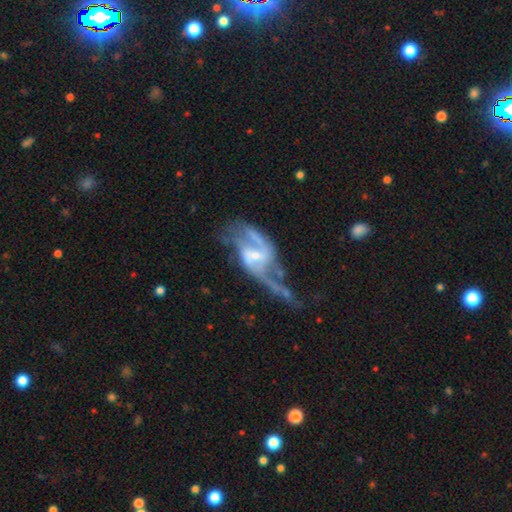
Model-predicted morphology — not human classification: A featured or disk galaxy (86%) with a weak bar (52%), 2 (84%) loose (65%) spiral arms (92%) and a small central bulge (46%).

Vote fractions:
- Smooth or featured? featured or disk: 86% / smooth: 9% / star or artifact: 6%
- Edge-on disk? no: 96% / yes: 4%
- Bar? weak: 52% / strong: 25% / no: 23%
- Spiral arms? yes: 92% / no: 8%
- Spiral winding? loose: 65% / medium: 28% / tight: 8%
- Spiral arm count? 2: 84% / can't tell: 5% / 1: 5% / 3: 2% / 4: 2% / more than 4: 2%
- Bulge size? small: 46% / moderate: 38% / none: 10% / large: 4% / dominant: 1%
- Merging? major disturbance: 41% / none: 30% / minor disturbance: 19% / merger: 11%